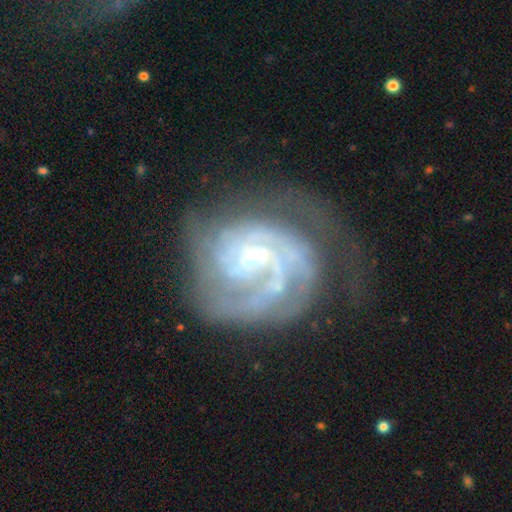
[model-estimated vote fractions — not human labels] featured or disk 85%, smooth 8%, star or artifact 7%. Down the decision tree: edge-on disk — no (98%); bar — no (61%); spiral arms — yes (93%); spiral arm count — can't tell (31%); spiral winding — tight (60%); bulge size — small (74%); merging — none (47%).